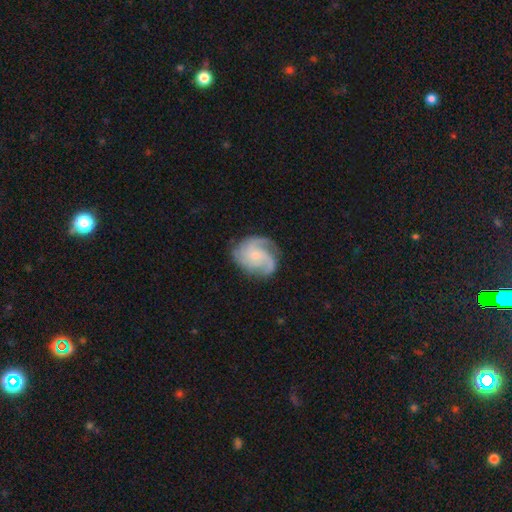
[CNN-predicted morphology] smooth-or-featured: featured or disk: 85% | smooth: 10% | star or artifact: 5%
  disk-edge-on: no: 98% | yes: 2%
    bar: no: 72% | weak: 25% | strong: 3%
    has-spiral-arms: yes: 97% | no: 3%
      spiral-winding: medium: 48% | tight: 37% | loose: 16%
      spiral-arm-count: 3: 55% | 2: 16% | can't tell: 10% | 4: 9% | 1: 5% | more than 4: 4%
    bulge-size: small: 70% | moderate: 25% | none: 3% | large: 1% | dominant: 1%
  merging: none: 71% | minor disturbance: 19% | major disturbance: 8% | merger: 1%